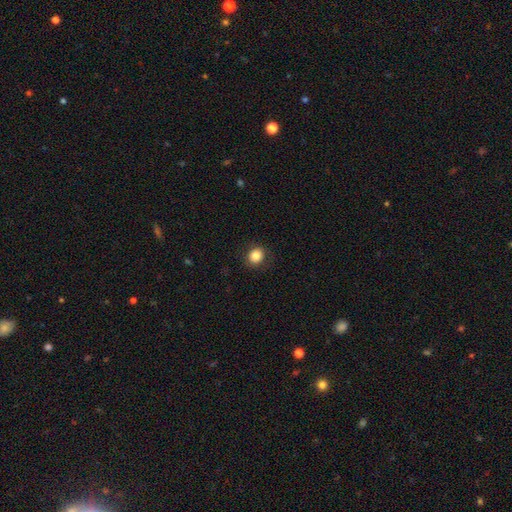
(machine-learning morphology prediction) This is clearly a smooth galaxy (85%). How rounded: likely round (72%). Merging: clearly none (88%).